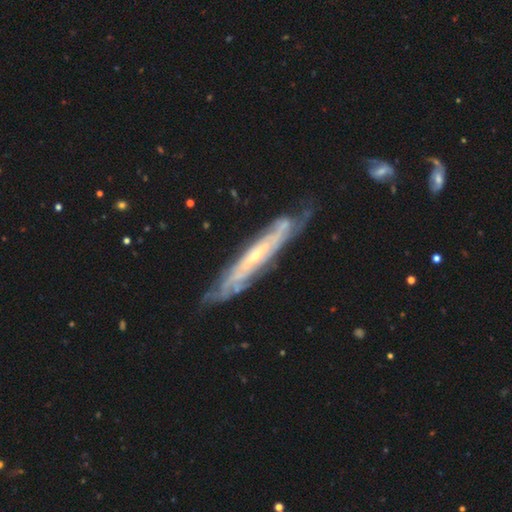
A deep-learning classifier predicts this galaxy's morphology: Smooth or featured? featured or disk (83%)
Edge-on disk? no (56%)
Merging? none (71%)